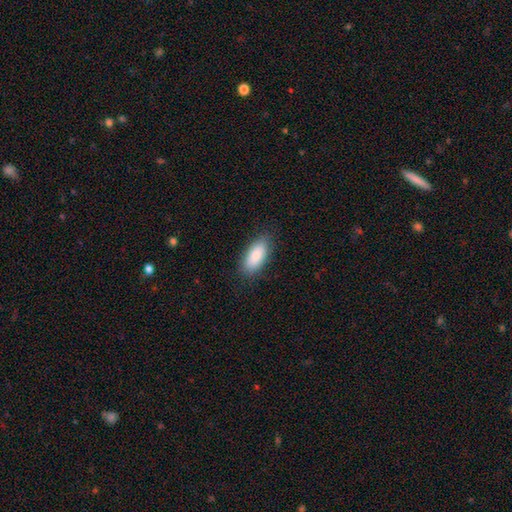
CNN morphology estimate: This appears to be a smooth galaxy with no disk features (87%) that is in between round and cigar-shaped (88%). Merging: none (84%).